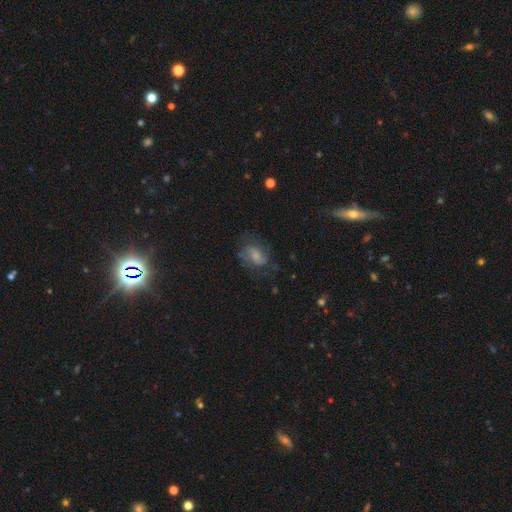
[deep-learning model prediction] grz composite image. It shows a featured or disk galaxy (56%) with no bar (57%), spiral arms (81%) and a moderate central bulge (35%, tied with small). Merging: none (57%).